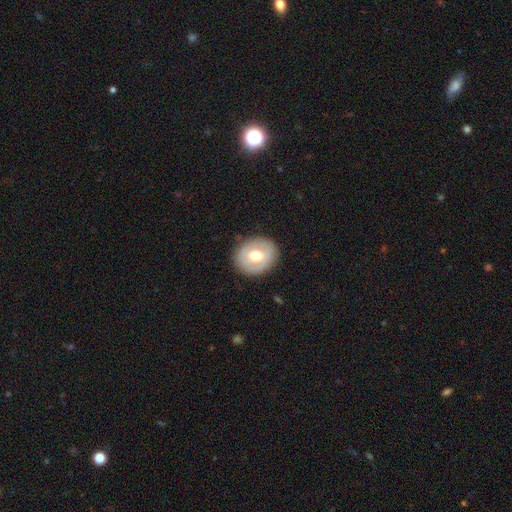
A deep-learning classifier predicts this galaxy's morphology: type=smooth (50%); merging=none (85%).